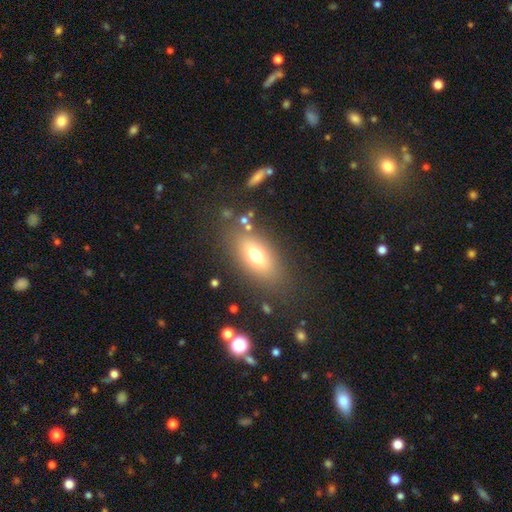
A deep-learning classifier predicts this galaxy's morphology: This is likely a smooth galaxy (69%). How rounded: clearly in between (80%). Merging: likely none (79%).